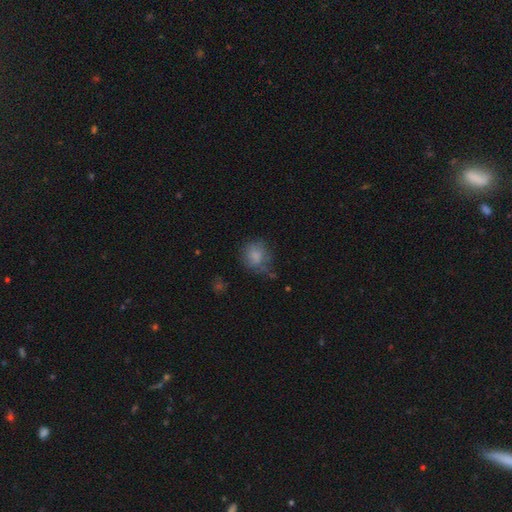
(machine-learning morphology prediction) smooth_or_featured: smooth (p=0.77) [alt: featured or disk p=0.12]
how_rounded: round (p=0.73) [alt: in between p=0.26]
merging: none (p=0.52) [alt: minor disturbance p=0.28]